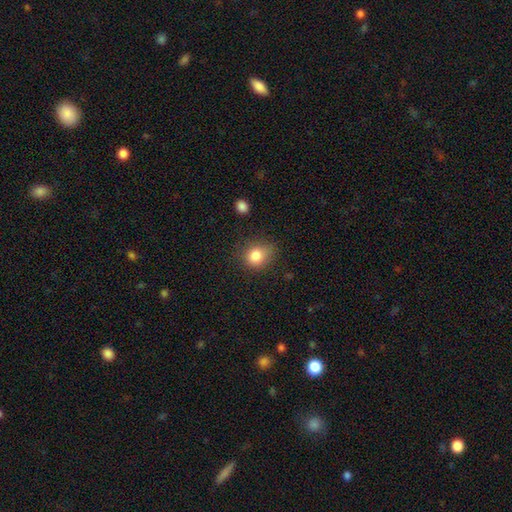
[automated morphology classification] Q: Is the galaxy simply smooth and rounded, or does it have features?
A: smooth — 83%.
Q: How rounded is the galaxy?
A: round — 71%.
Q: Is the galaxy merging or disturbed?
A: none — 70%.